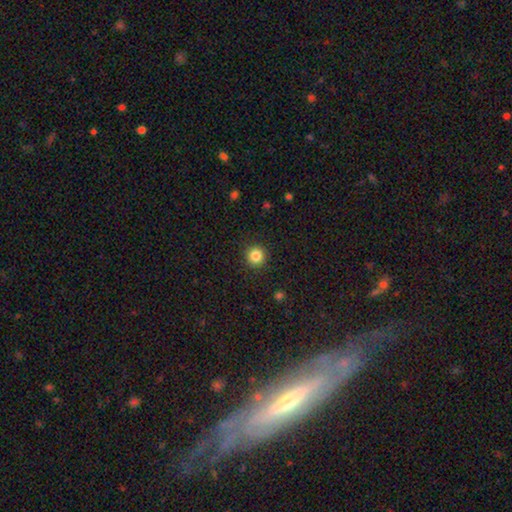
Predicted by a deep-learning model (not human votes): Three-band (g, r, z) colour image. It shows a smooth galaxy with no disk features (85%) that is round (95%). Merging: none (92%).